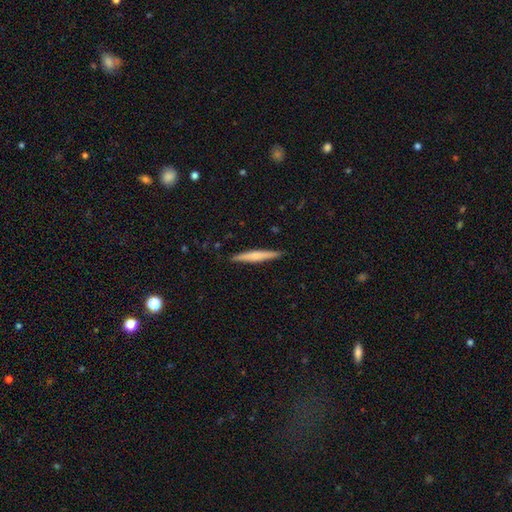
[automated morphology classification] A smooth galaxy with no disk features (51%) that is cigar-shaped (95%).

Vote fractions:
- Smooth or featured? smooth: 51% / featured or disk: 43% / star or artifact: 6%
- How rounded? cigar-shaped: 95% / in between: 4% / round: 1%
- Merging? none: 90% / minor disturbance: 7% / major disturbance: 1% / merger: 1%